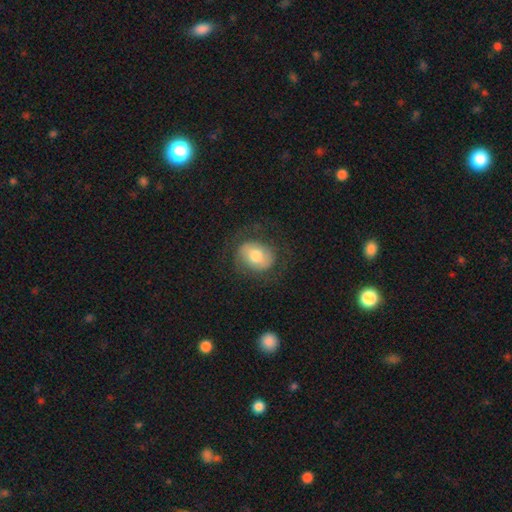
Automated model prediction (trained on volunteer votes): A smooth galaxy with no disk features (61%) that is round (51%).

Vote fractions:
- Smooth or featured? smooth: 61% / featured or disk: 32% / star or artifact: 7%
- How rounded? round: 51% / in between: 48% / cigar-shaped: 1%
- Merging? none: 72% / minor disturbance: 15% / major disturbance: 11% / merger: 1%